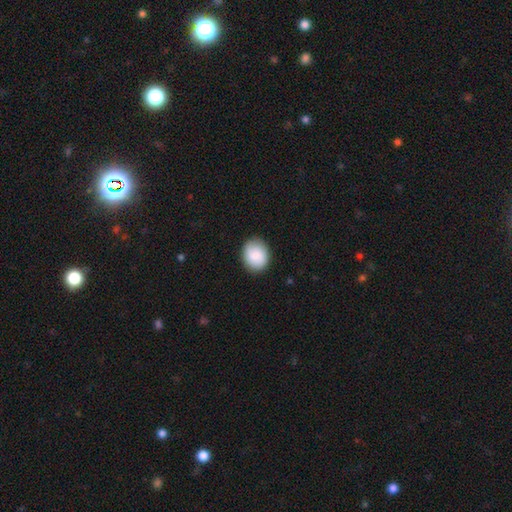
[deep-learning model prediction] A smooth galaxy with no disk features (87%) that is round (64%).

Vote fractions:
- Smooth or featured? smooth: 87% / star or artifact: 6% / featured or disk: 6%
- How rounded? round: 64% / in between: 35% / cigar-shaped: 1%
- Merging? none: 88% / minor disturbance: 9% / major disturbance: 2% / merger: 1%